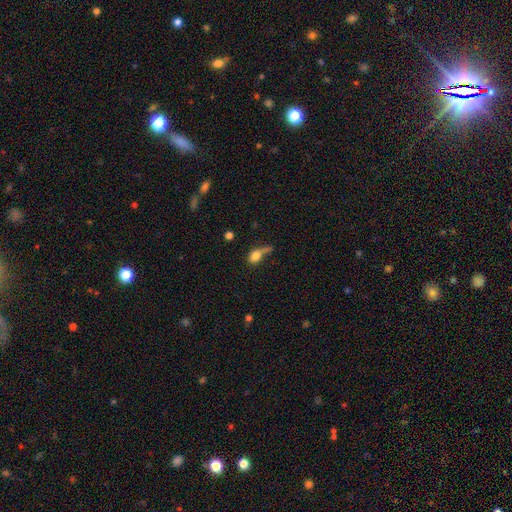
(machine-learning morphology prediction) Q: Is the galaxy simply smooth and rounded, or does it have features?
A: smooth — 72%.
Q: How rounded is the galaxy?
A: in between — 62%.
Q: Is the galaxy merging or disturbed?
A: major disturbance — 32%.